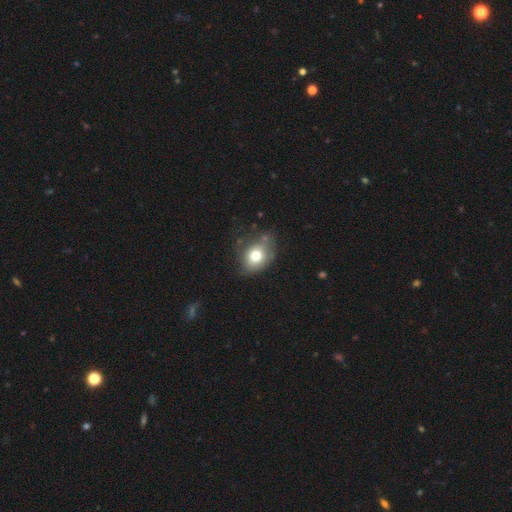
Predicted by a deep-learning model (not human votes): Overall: smooth (73%). How rounded: in between (54%; round 45%). Merging: none (58%; minor disturbance 27%).